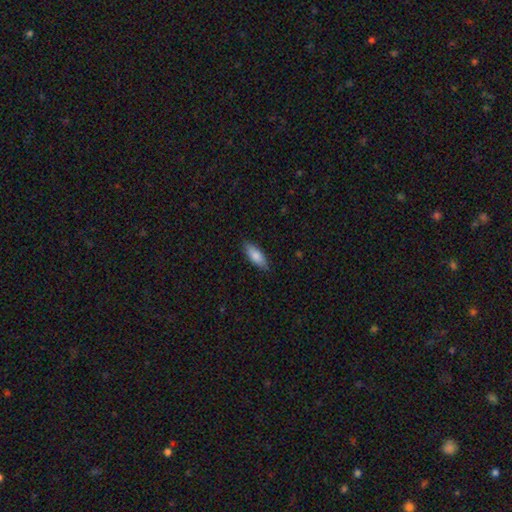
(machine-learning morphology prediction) A smooth galaxy with no disk features (84%) that is in between round and cigar-shaped (70%).

Vote fractions:
- Smooth or featured? smooth: 84% / featured or disk: 10% / star or artifact: 6%
- How rounded? in between: 70% / cigar-shaped: 28% / round: 2%
- Merging? none: 86% / minor disturbance: 11% / major disturbance: 2% / merger: 1%